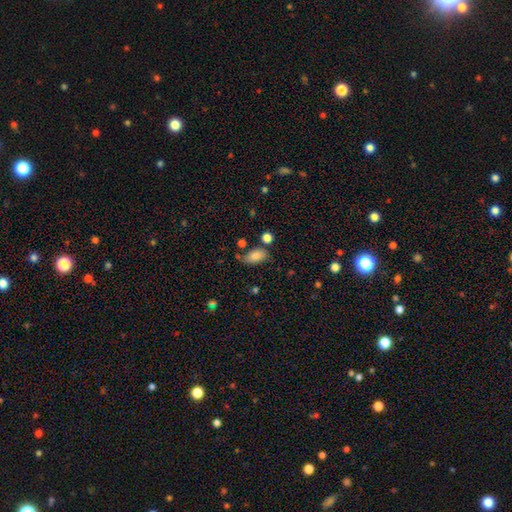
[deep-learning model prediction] smooth-or-featured: smooth: 83% | featured or disk: 9% | star or artifact: 8%
  how-rounded: in between: 91% | round: 6% | cigar-shaped: 3%
  merging: none: 62% | minor disturbance: 22% | merger: 9% | major disturbance: 6%